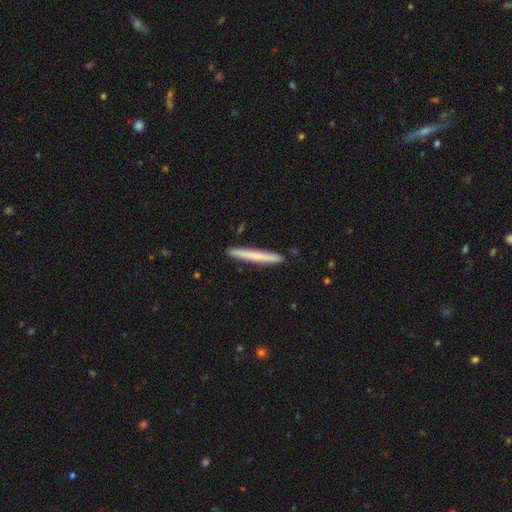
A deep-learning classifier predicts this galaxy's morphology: This is likely a smooth galaxy (68%). How rounded: clearly cigar-shaped (97%). Merging: clearly none (91%).